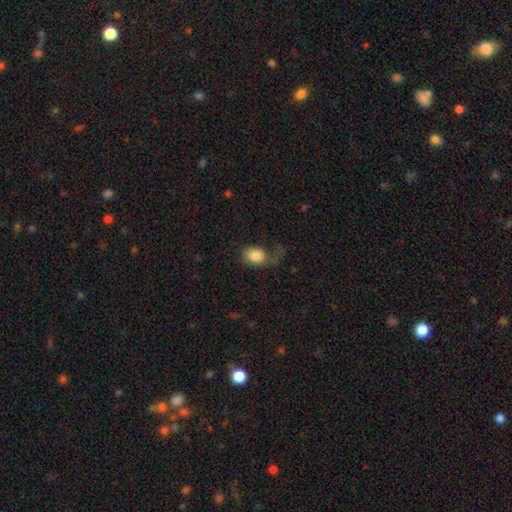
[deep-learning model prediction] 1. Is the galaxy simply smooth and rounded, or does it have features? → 77% smooth, 15% featured or disk, 8% star or artifact.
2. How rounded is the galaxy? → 66% in between, 33% round, 1% cigar-shaped.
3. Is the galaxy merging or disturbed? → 43% major disturbance, 30% none, 24% minor disturbance, 3% merger.